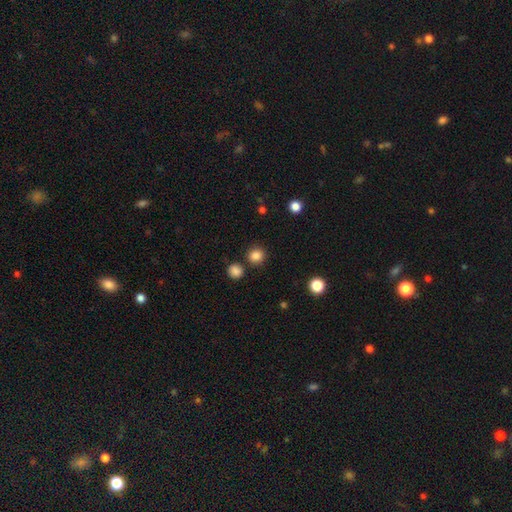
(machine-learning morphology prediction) A smooth galaxy with no disk features (85%) that is round (88%). Merging: none (85%).